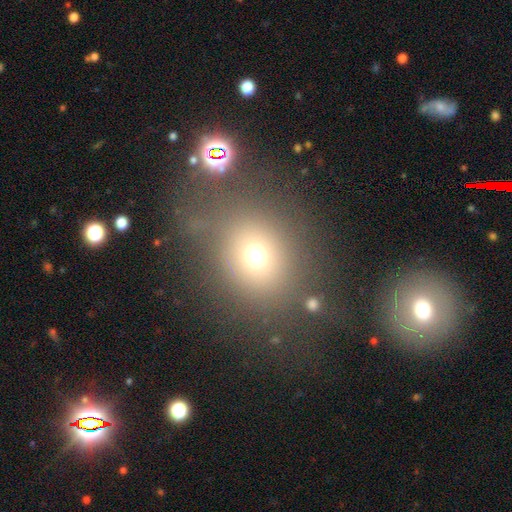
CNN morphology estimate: Q: Smooth or featured?
A: smooth (66%); runner-up: star or artifact (21%)
Q: How rounded?
A: round (72%); runner-up: in between (27%)
Q: Merging?
A: none (67%); runner-up: minor disturbance (14%)